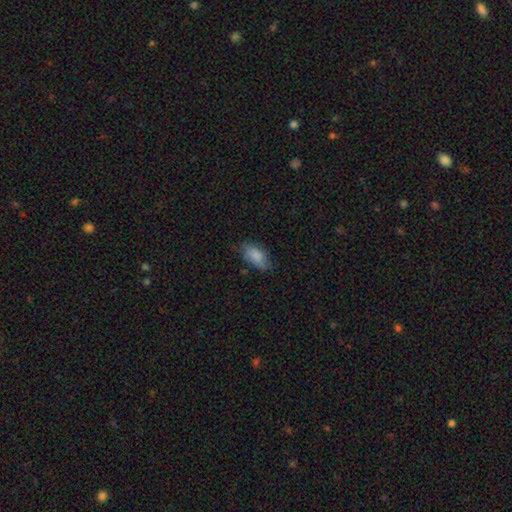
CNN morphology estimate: smooth-or-featured: smooth: 84% | featured or disk: 9% | star or artifact: 7%
  how-rounded: in between: 93% | cigar-shaped: 4% | round: 3%
  merging: none: 68% | minor disturbance: 25% | major disturbance: 6% | merger: 2%